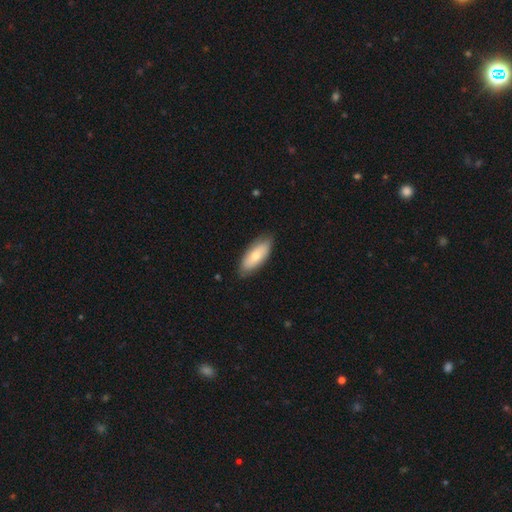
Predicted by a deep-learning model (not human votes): A smooth galaxy with no disk features (69%) that is in between round and cigar-shaped (81%). Merging: none (83%).